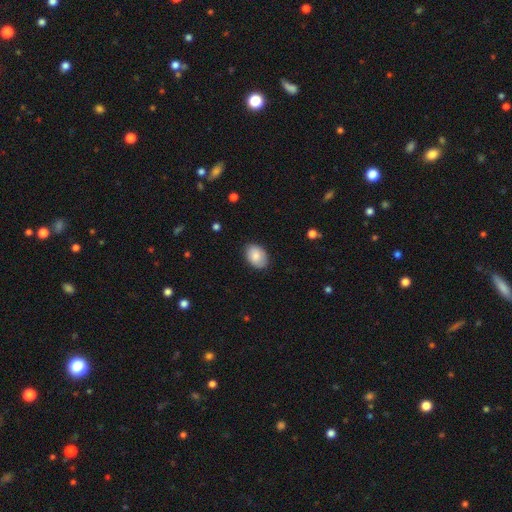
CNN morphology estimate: Smooth or featured? Predicted: smooth (p=0.85). How rounded? Predicted: in between (p=0.81). Merging? Predicted: none (p=0.86).